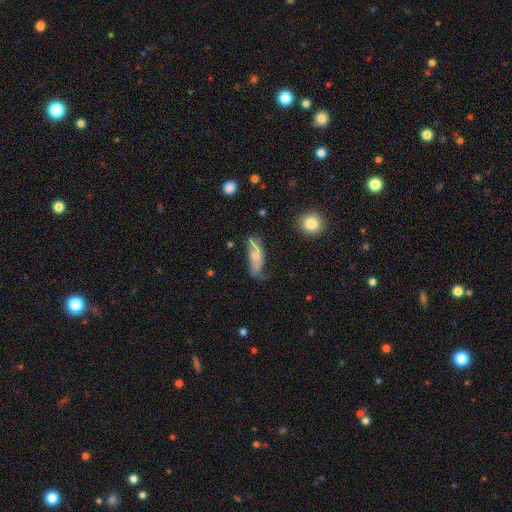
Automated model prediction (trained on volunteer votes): Morphology: type=smooth (46%); merging=none (43%).